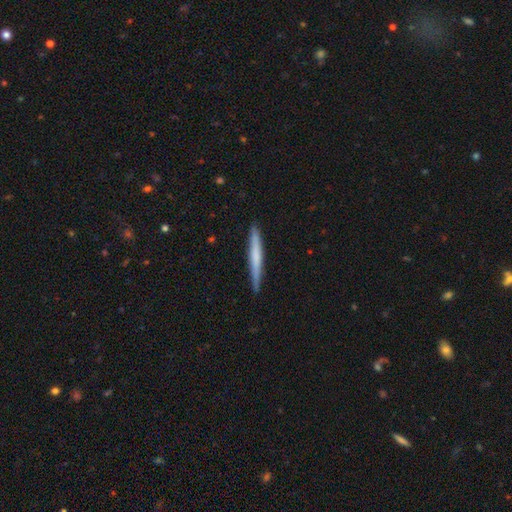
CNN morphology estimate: A smooth galaxy with no disk features (56%) that is cigar-shaped (97%).

Vote fractions:
- Smooth or featured? smooth: 56% / featured or disk: 39% / star or artifact: 5%
- How rounded? cigar-shaped: 97% / in between: 2% / round: 1%
- Merging? none: 89% / minor disturbance: 8% / major disturbance: 1% / merger: 1%